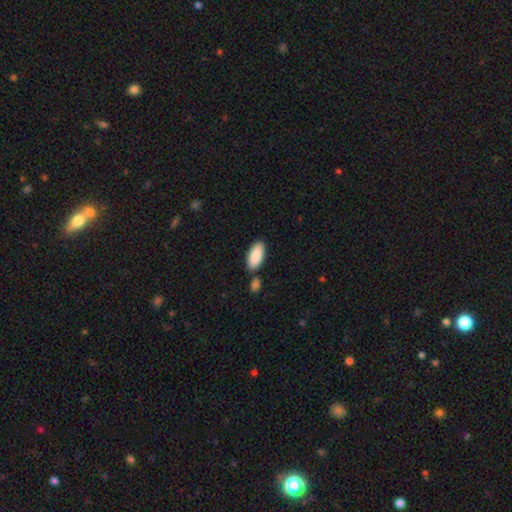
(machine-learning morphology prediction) Smooth or featured?
  - smooth: 90% *
  - star or artifact: 5%
  - featured or disk: 5%
How rounded?
  - in between: 89% *
  - cigar-shaped: 9%
  - round: 2%
Merging?
  - none: 72% *
  - merger: 14%
  - minor disturbance: 11%
  - major disturbance: 3%